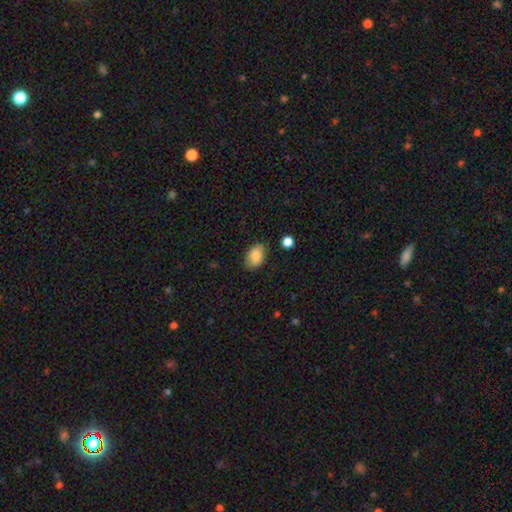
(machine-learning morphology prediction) type=smooth (87%); roundness=in between (87%); merging=none (78%).